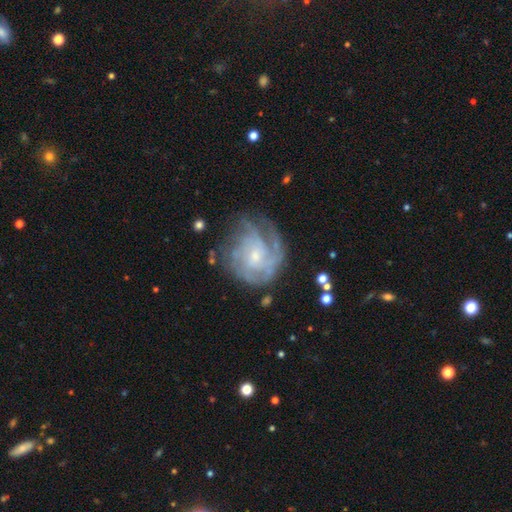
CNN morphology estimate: Smooth or featured? Predicted: featured or disk (p=0.81). Edge-on disk? Predicted: no (p=0.98). Bar? Predicted: no (p=0.68). Spiral arms? Predicted: yes (p=0.92). Spiral winding? Predicted: tight (p=0.58). Spiral arm count? Predicted: can't tell (p=0.40). Bulge size? Predicted: small (p=0.64). Merging? Predicted: none (p=0.62).